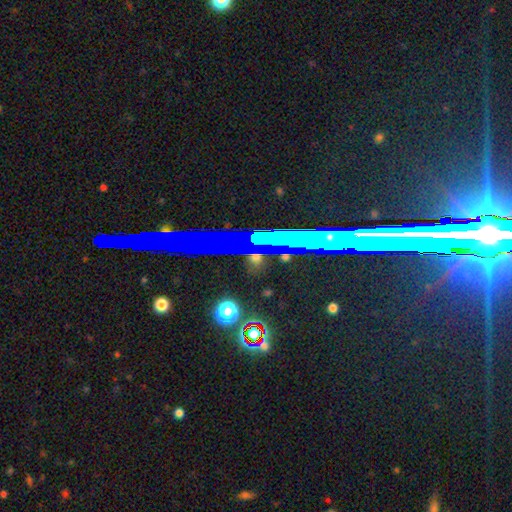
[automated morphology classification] type=star or artifact (70%).